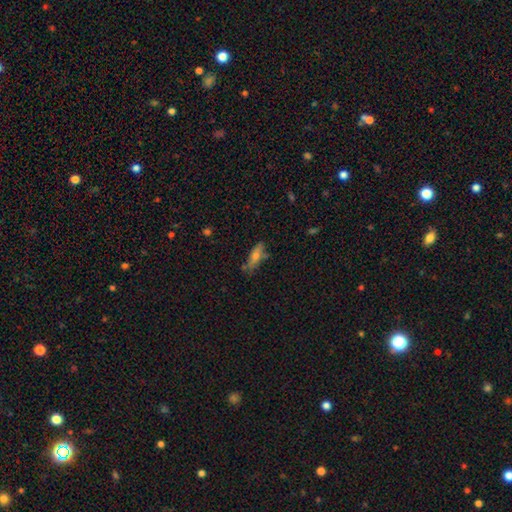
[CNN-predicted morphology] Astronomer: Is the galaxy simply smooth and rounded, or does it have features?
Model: smooth — 49% (runner-up: featured or disk, 40%).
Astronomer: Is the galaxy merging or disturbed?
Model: none — 72%.